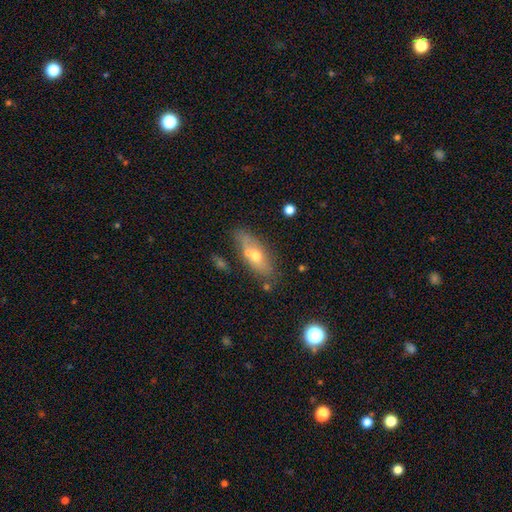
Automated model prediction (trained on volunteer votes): Q: Smooth or featured?
A: smooth (54%); runner-up: featured or disk (38%)
Q: How rounded?
A: in between (68%); runner-up: cigar-shaped (27%)
Q: Merging?
A: none (62%); runner-up: merger (16%)